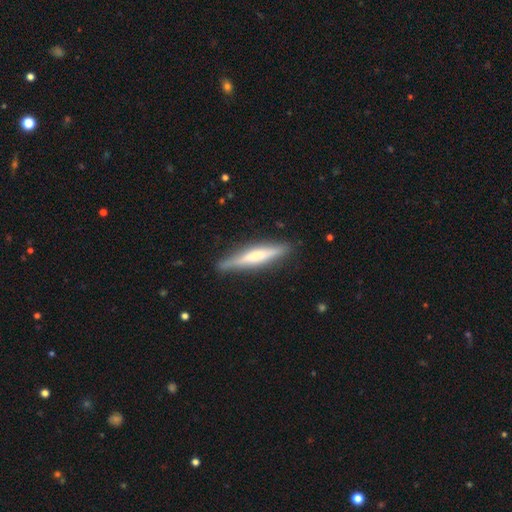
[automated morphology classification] smooth-or-featured: featured or disk: 54% | smooth: 40% | star or artifact: 6%
  disk-edge-on: yes: 95% | no: 5%
    edge-on-bulge: rounded: 53% | none: 25% | boxy: 22%
  merging: none: 87% | minor disturbance: 10% | major disturbance: 2% | merger: 1%